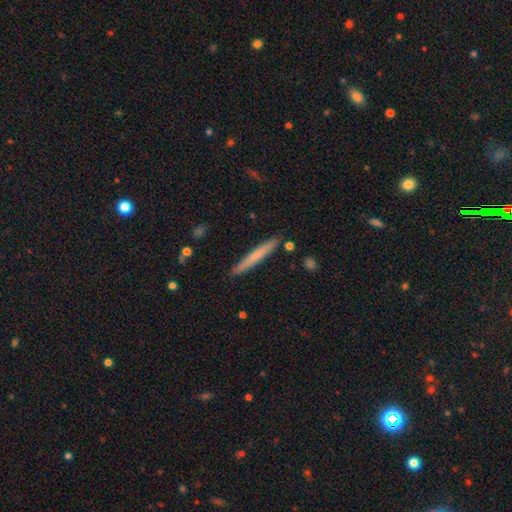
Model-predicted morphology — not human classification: A smooth galaxy with no disk features (67%) that is cigar-shaped (96%). Merging: none (89%).